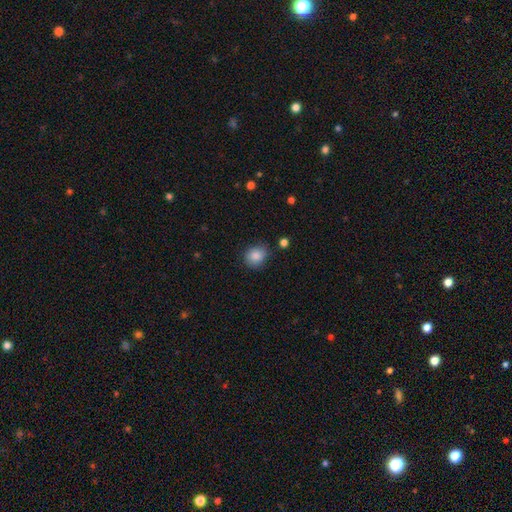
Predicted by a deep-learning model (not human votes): Smooth or featured?
  - smooth: 87% *
  - star or artifact: 9%
  - featured or disk: 5%
How rounded?
  - round: 69% *
  - in between: 30%
  - cigar-shaped: 1%
Merging?
  - none: 78% *
  - minor disturbance: 16%
  - major disturbance: 4%
  - merger: 2%